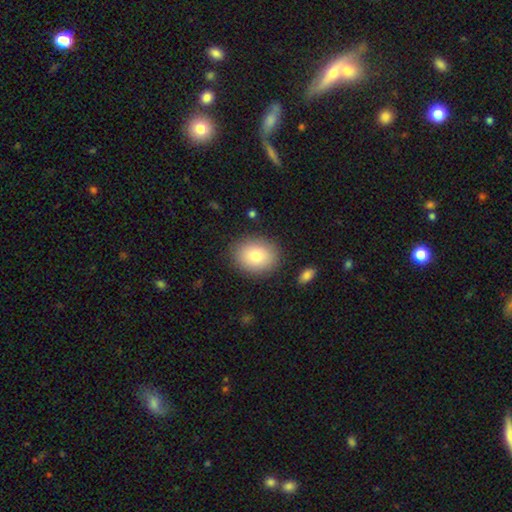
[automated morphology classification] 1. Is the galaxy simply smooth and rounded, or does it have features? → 81% smooth, 10% featured or disk, 8% star or artifact.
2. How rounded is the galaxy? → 50% round, 49% in between, 1% cigar-shaped.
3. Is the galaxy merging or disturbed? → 86% none, 9% minor disturbance, 3% major disturbance, 2% merger.